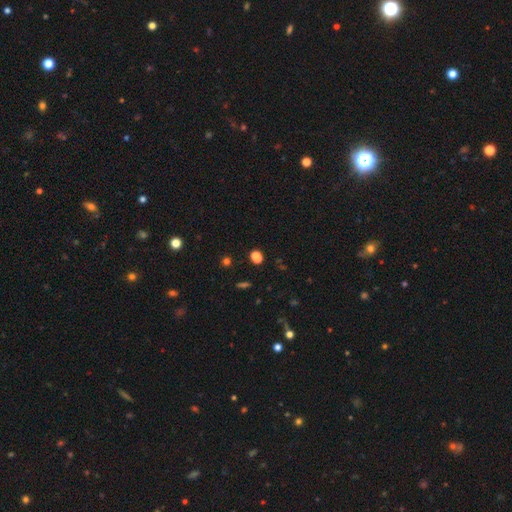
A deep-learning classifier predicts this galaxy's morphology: smooth-or-featured: smooth: 68% | star or artifact: 26% | featured or disk: 5%
  how-rounded: in between: 49% | round: 48% | cigar-shaped: 3%
  merging: none: 80% | minor disturbance: 10% | merger: 7% | major disturbance: 3%